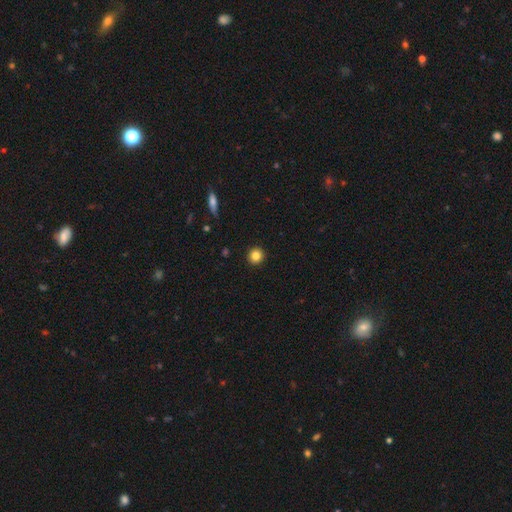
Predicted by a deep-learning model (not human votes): The model was most divided on "smooth or featured": smooth: 84%, star or artifact: 11%, featured or disk: 5%. More confident: how rounded — round (94%); merging — none (93%).